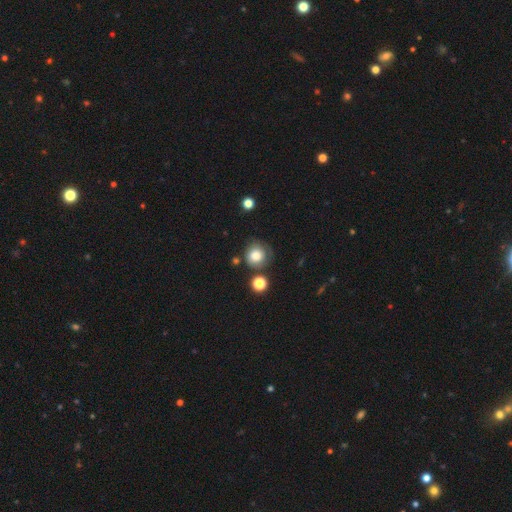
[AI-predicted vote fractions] A smooth galaxy with no disk features (79%) that is round (89%). Merging: none (66%).